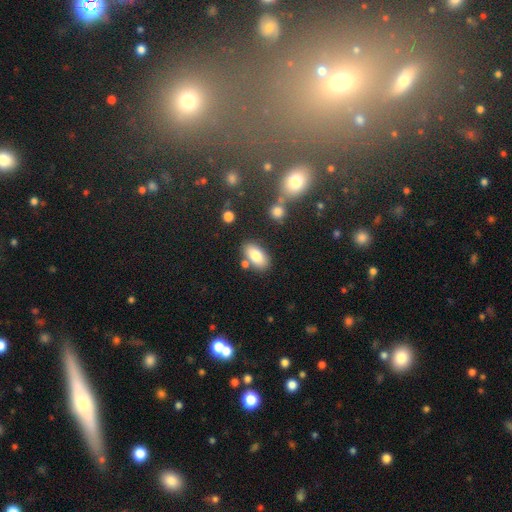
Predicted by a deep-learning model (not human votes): smooth_or_featured: smooth (p=0.81) [alt: featured or disk p=0.11]
how_rounded: in between (p=0.92) [alt: round p=0.05]
merging: none (p=0.75) [alt: minor disturbance p=0.12]